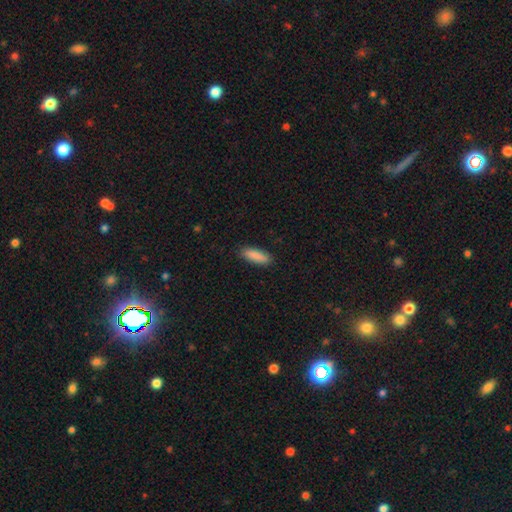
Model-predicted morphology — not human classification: smooth 89%, star or artifact 6%, featured or disk 5%. Down the decision tree: how rounded — in between (55%); merging — none (87%).